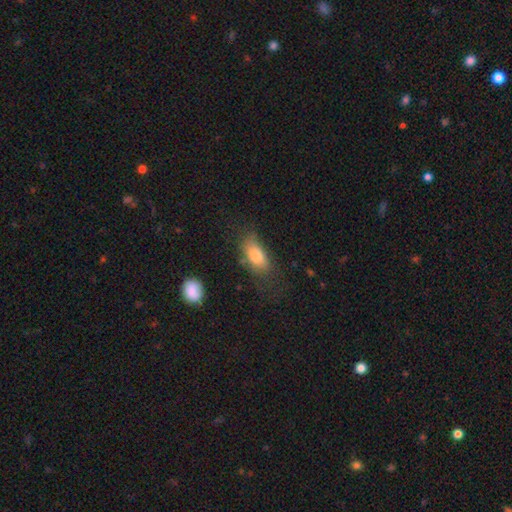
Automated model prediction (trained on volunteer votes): smooth_or_featured: smooth (p=0.79) [alt: featured or disk p=0.13]
how_rounded: in between (p=0.86) [alt: cigar-shaped p=0.08]
merging: none (p=0.56) [alt: minor disturbance p=0.26]